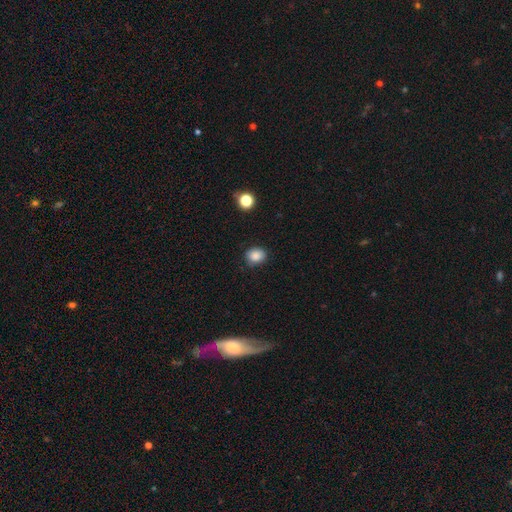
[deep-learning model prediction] A smooth galaxy with no disk features (86%) that is round (60%).

Vote fractions:
- Smooth or featured? smooth: 86% / star or artifact: 10% / featured or disk: 4%
- How rounded? round: 60% / in between: 39% / cigar-shaped: 1%
- Merging? none: 83% / minor disturbance: 12% / major disturbance: 3% / merger: 1%